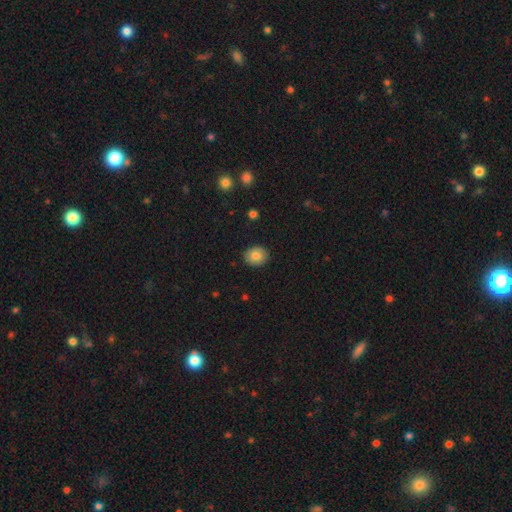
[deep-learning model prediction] A smooth galaxy with no disk features (82%) that is round (70%). Merging: none (90%).